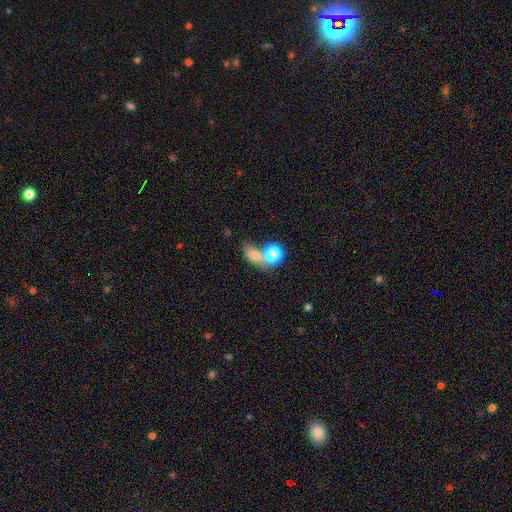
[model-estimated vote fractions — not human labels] Overall: smooth (71%). How rounded: in between (60%; round 36%). Merging: merger (50%; none 29%).